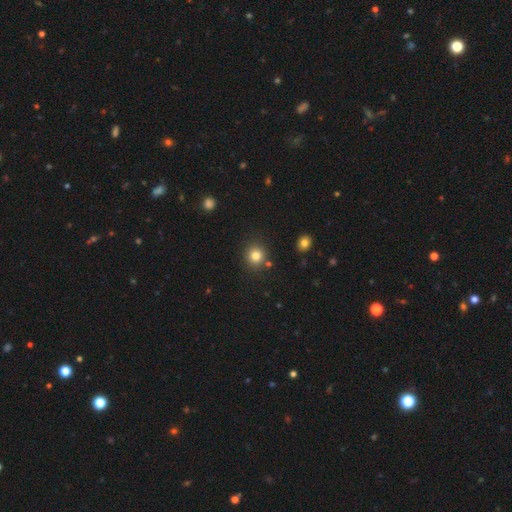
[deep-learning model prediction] smooth-or-featured: smooth: 82% | star or artifact: 12% | featured or disk: 6%
  how-rounded: round: 88% | in between: 11% | cigar-shaped: 1%
  merging: none: 85% | minor disturbance: 8% | merger: 5% | major disturbance: 3%